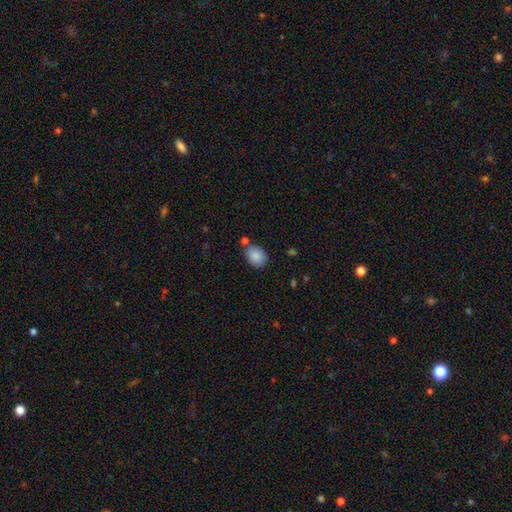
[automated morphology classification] Smooth or featured? Predicted: smooth (p=0.88). How rounded? Predicted: in between (p=0.65). Merging? Predicted: none (p=0.70).